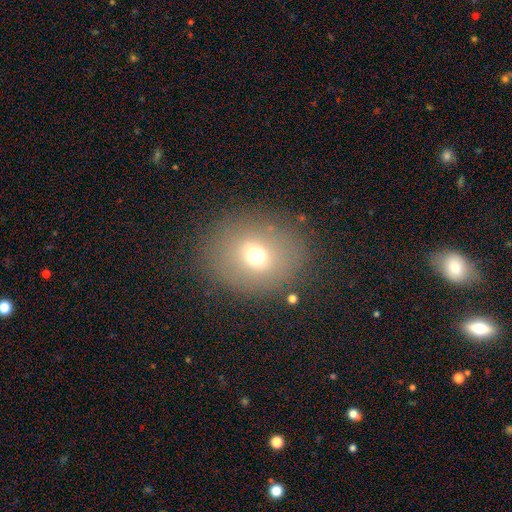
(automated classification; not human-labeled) Smooth or featured? Predicted: smooth (p=0.67). How rounded? Predicted: round (p=0.68). Merging? Predicted: none (p=0.83).